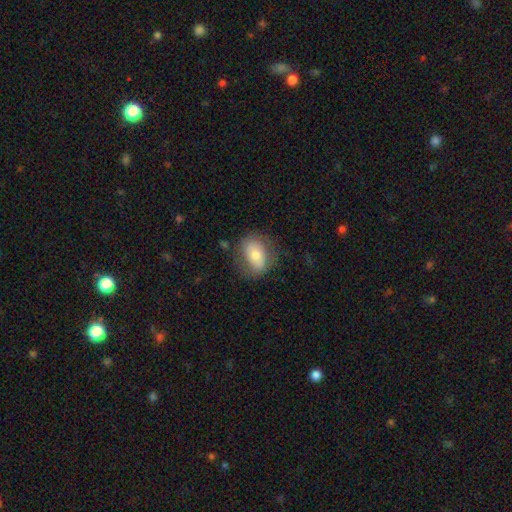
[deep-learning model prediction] smooth-or-featured: smooth: 67% | featured or disk: 26% | star or artifact: 7%
  how-rounded: in between: 74% | round: 25% | cigar-shaped: 2%
  merging: none: 70% | minor disturbance: 19% | major disturbance: 9% | merger: 2%